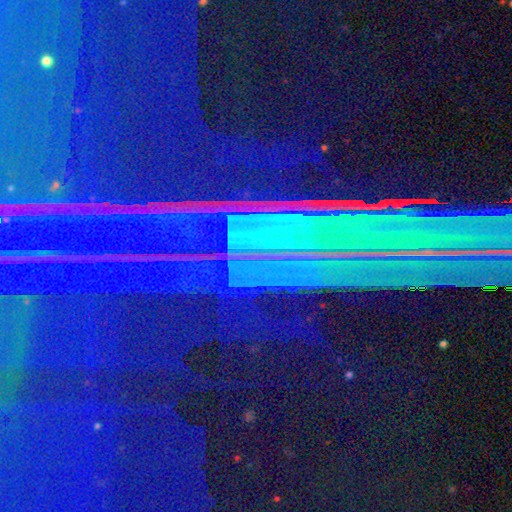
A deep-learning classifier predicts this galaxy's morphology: smooth-or-featured: star or artifact: 88% | featured or disk: 7% | smooth: 5%